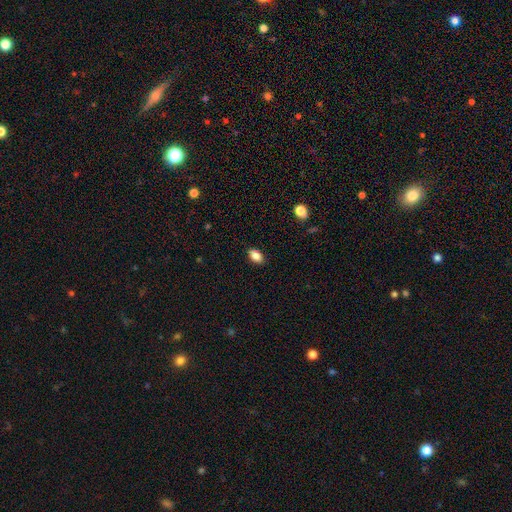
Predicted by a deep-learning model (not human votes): smooth 87%, star or artifact 8%, featured or disk 5%. Down the decision tree: how rounded — in between (90%); merging — none (89%).